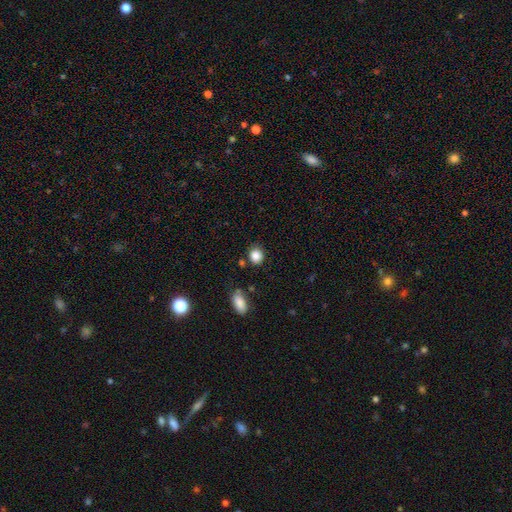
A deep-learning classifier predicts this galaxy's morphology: Smooth or featured? Predicted: smooth (p=0.86). How rounded? Predicted: round (p=0.76). Merging? Predicted: none (p=0.78).